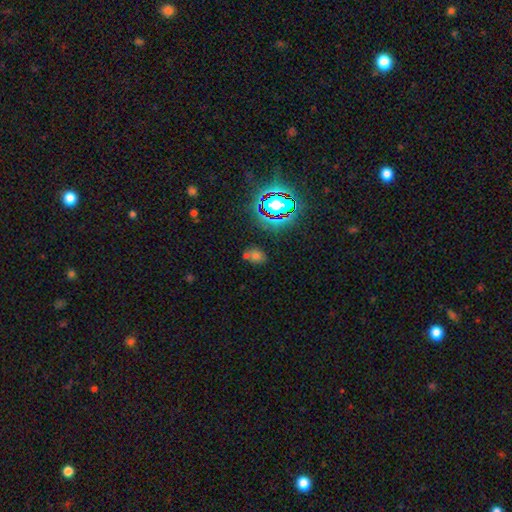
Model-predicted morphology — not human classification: Smooth or featured? Predicted: smooth (p=0.54). How rounded? Predicted: in between (p=0.62). Merging? Predicted: none (p=0.58).